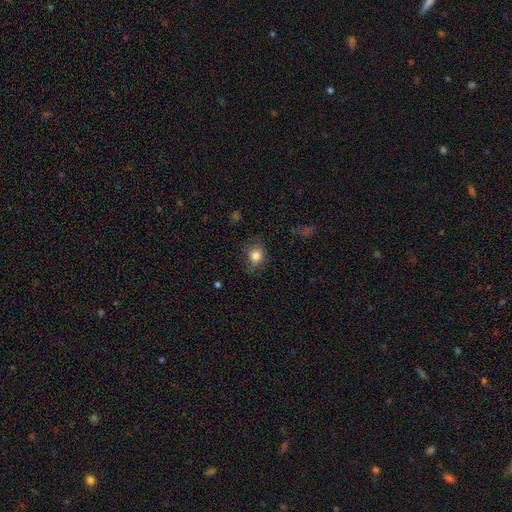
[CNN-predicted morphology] This appears to be a smooth galaxy with no disk features (83%) that is round (65%). Merging: none (73%).